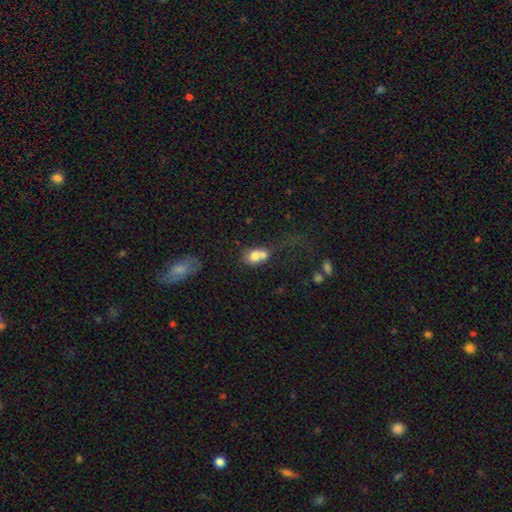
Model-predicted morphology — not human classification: This appears to be a smooth galaxy with no disk features (71%) that is in between round and cigar-shaped (51%). Merging: merger (59%).